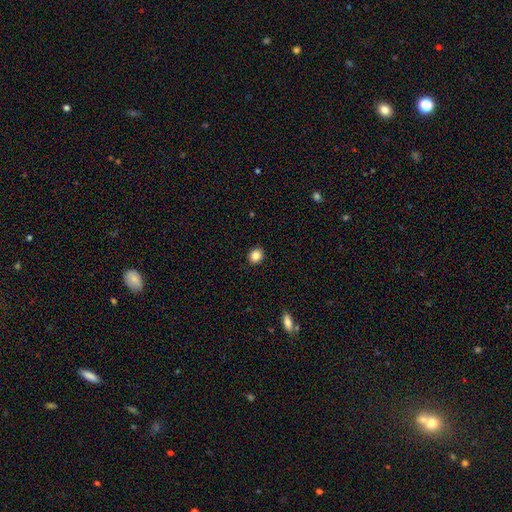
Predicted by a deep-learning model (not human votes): A smooth galaxy with no disk features (85%) that is round (77%).

Vote fractions:
- Smooth or featured? smooth: 85% / star or artifact: 10% / featured or disk: 5%
- How rounded? round: 77% / in between: 22% / cigar-shaped: 1%
- Merging? none: 91% / minor disturbance: 6% / major disturbance: 2% / merger: 1%